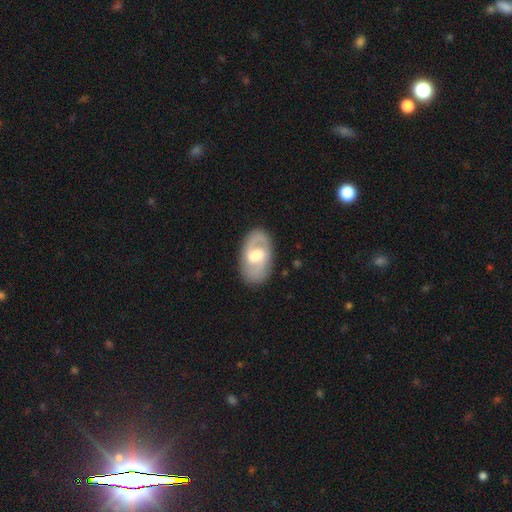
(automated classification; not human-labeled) featured or disk 70%, smooth 25%, star or artifact 5%. Down the decision tree: edge-on disk — no (95%); bar — weak (52%); spiral arms — yes (79%); spiral arm count — 2 (81%); spiral winding — medium (47%); bulge size — moderate (54%); merging — none (82%).